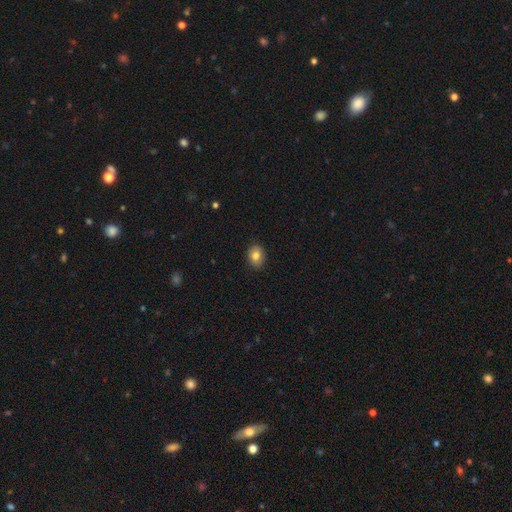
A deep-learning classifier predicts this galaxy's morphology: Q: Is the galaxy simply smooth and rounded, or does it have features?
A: smooth — 82%.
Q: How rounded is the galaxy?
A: in between — 57%.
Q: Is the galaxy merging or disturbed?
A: none — 89%.